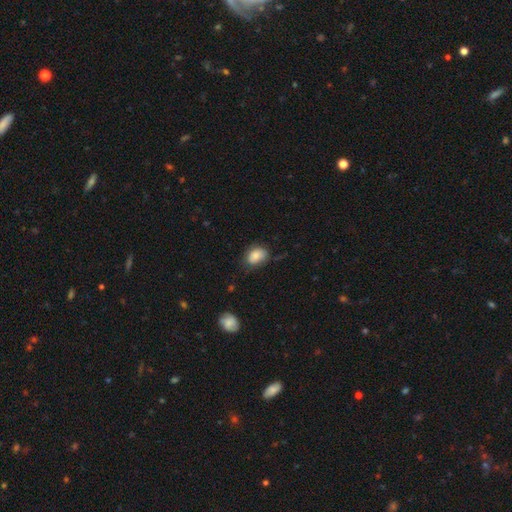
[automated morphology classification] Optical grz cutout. It shows a smooth galaxy with no disk features (81%) that is in between round and cigar-shaped (73%). Merging: none (62%).